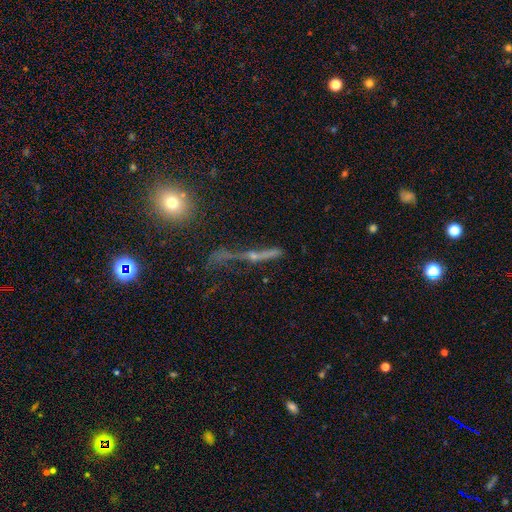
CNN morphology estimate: Smooth or featured: featured or disk — 59% (star or artifact — 21%)
Edge-on disk: yes — 77% (no — 23%)
Merging: none — 50% (major disturbance — 20%)